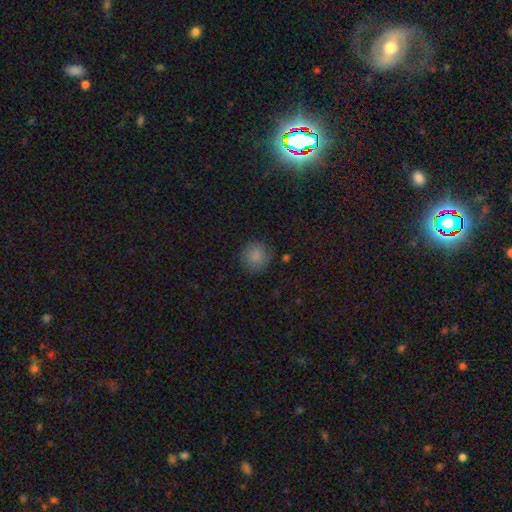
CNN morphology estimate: smooth_or_featured: smooth (p=0.84) [alt: star or artifact p=0.10]
how_rounded: round (p=0.91) [alt: in between p=0.08]
merging: none (p=0.83) [alt: minor disturbance p=0.12]